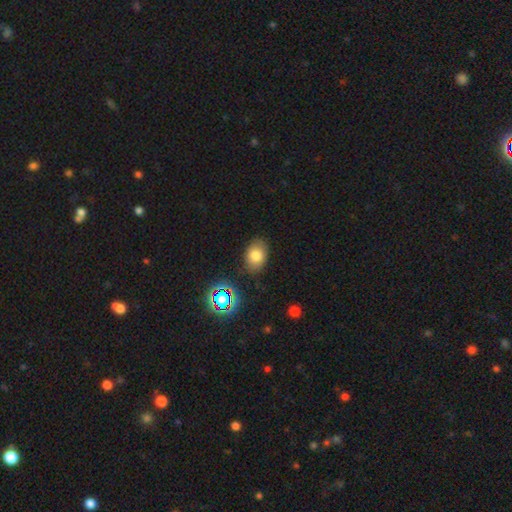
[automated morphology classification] The model was most divided on "how rounded": in between: 73%, round: 26%, cigar-shaped: 1%. More confident: merging — none (81%); smooth or featured — smooth (78%).